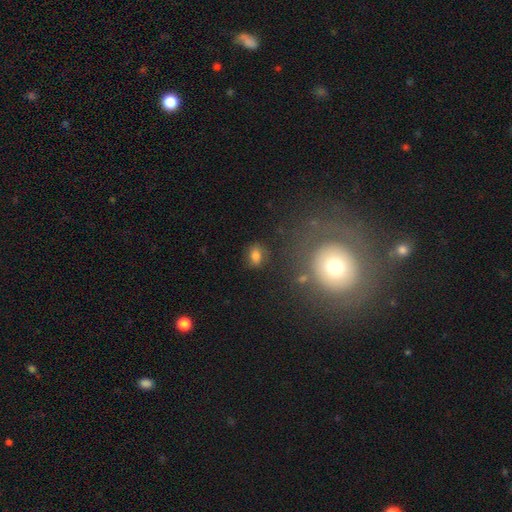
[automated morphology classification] Smooth or featured? smooth (76%)
How rounded? in between (77%)
Merging? none (79%)